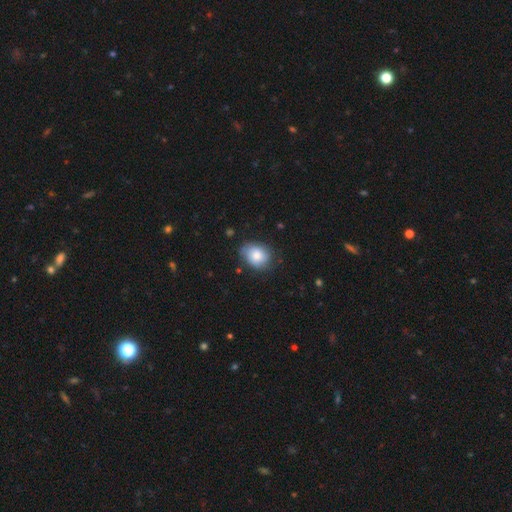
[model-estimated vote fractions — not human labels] Morphology: type=smooth (77%); roundness=in between (52%); merging=none (71%).